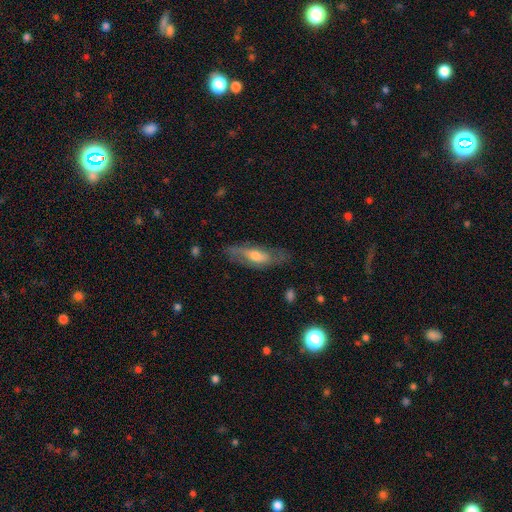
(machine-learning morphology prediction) This is possibly a featured or disk galaxy (51%). It is possibly not viewed edge-on (58%). Merging: likely none (71%).